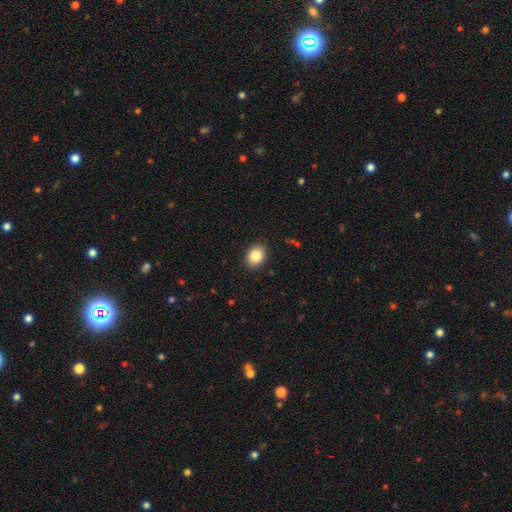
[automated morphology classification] The model was most divided on "how rounded": in between: 64%, round: 35%, cigar-shaped: 1%. More confident: merging — none (89%); smooth or featured — smooth (84%).